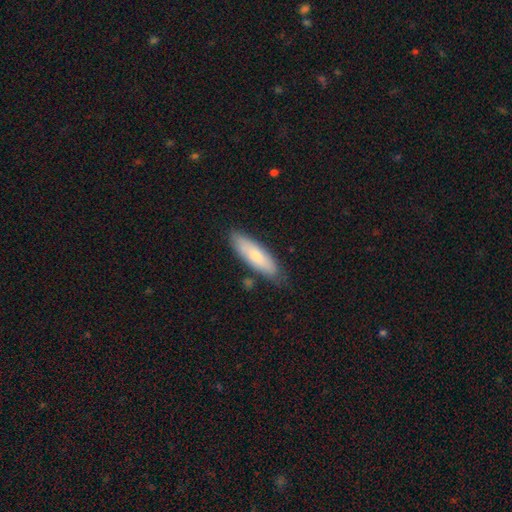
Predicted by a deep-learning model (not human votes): Morphology: type=smooth (70%); roundness=cigar-shaped (54%); merging=none (78%).